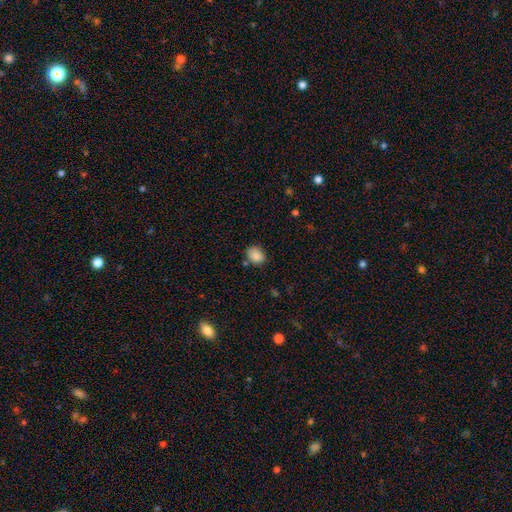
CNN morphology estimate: Smooth or featured: smooth — 87% (star or artifact — 9%)
How rounded: in between — 57% (round — 42%)
Merging: none — 75% (minor disturbance — 17%)